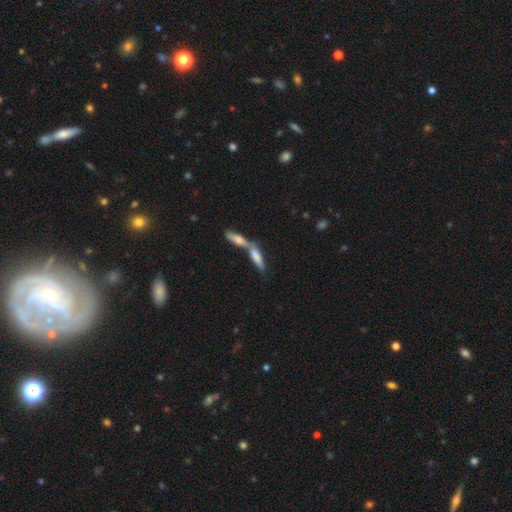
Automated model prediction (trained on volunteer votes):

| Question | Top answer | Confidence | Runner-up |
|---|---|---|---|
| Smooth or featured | smooth | 67% | featured or disk (26%) |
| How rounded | cigar-shaped | 63% | in between (35%) |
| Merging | merger | 62% | none (29%) |